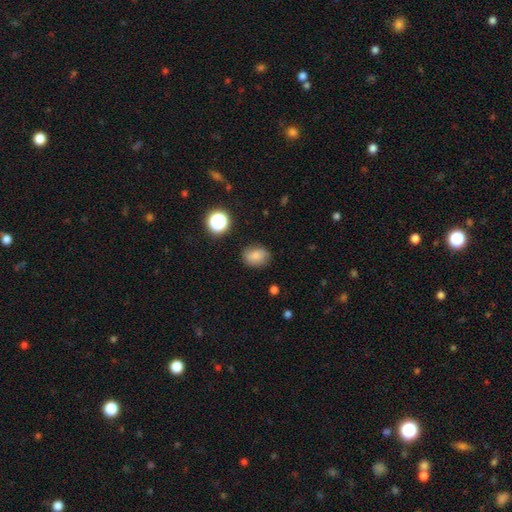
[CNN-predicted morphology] Smooth or featured: smooth — 79% (star or artifact — 12%)
How rounded: in between — 56% (round — 43%)
Merging: none — 78% (minor disturbance — 16%)